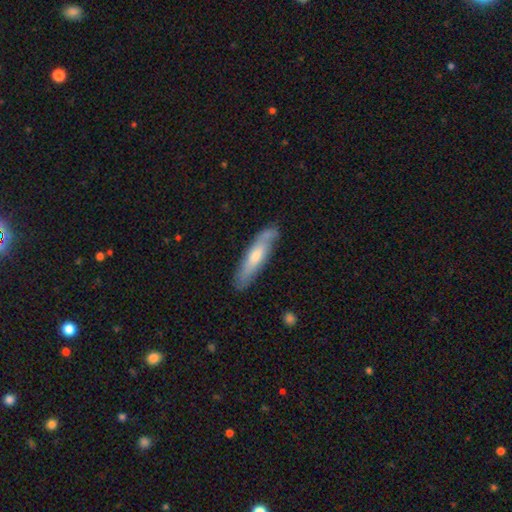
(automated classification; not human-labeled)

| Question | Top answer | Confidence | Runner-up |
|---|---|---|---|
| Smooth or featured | smooth | 50% | featured or disk (44%) |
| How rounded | cigar-shaped | 79% | in between (20%) |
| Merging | none | 79% | minor disturbance (16%) |